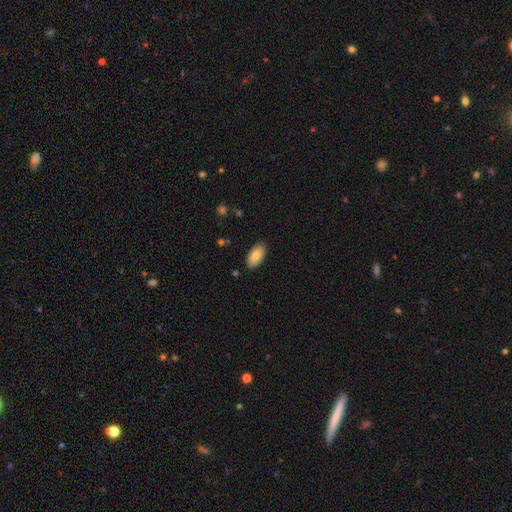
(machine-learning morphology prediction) This is clearly a smooth galaxy (83%). How rounded: clearly in between (94%). Merging: clearly none (86%).